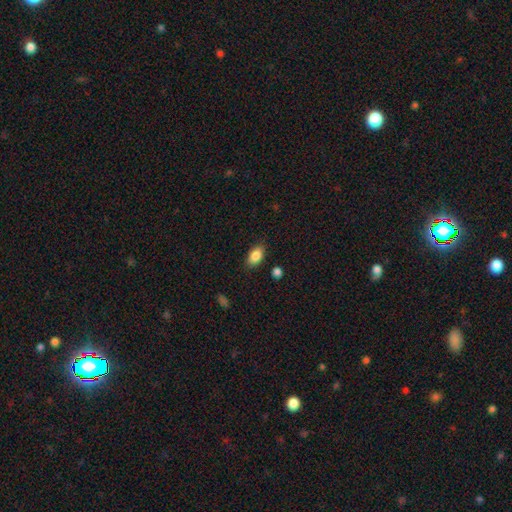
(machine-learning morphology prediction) Overall: smooth (87%). How rounded: in between (91%). Merging: none (85%).